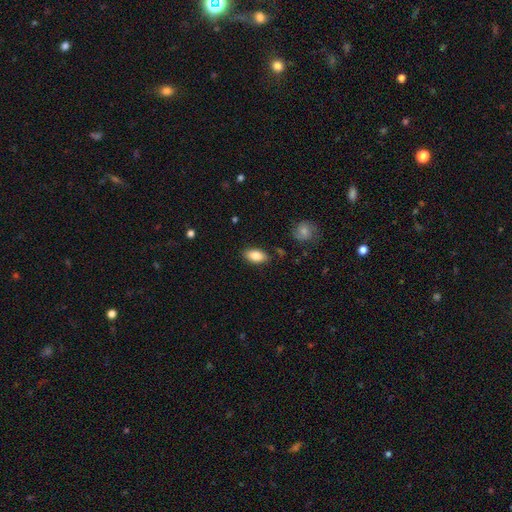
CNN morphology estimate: This is clearly a smooth galaxy (85%). How rounded: clearly in between (92%). Merging: clearly none (84%).